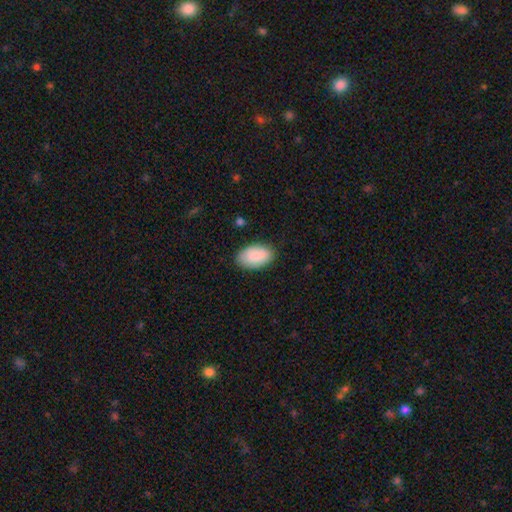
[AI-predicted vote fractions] The model was most divided on "merging": none: 84%, minor disturbance: 13%, major disturbance: 3%, merger: 1%. More confident: how rounded — in between (95%); smooth or featured — smooth (87%).